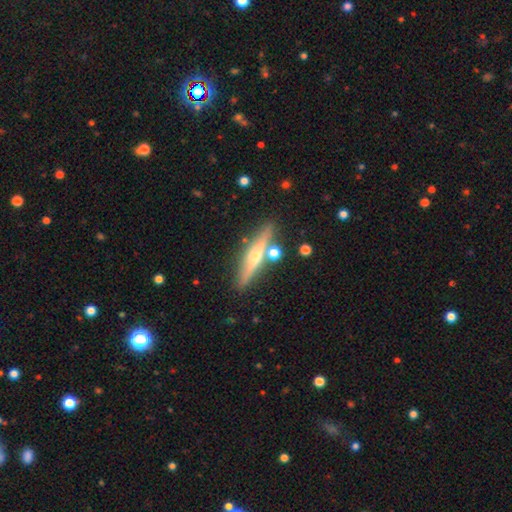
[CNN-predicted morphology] smooth-or-featured: featured or disk: 67% | smooth: 26% | star or artifact: 7%
  disk-edge-on: yes: 95% | no: 5%
    edge-on-bulge: rounded: 88% | none: 9% | boxy: 3%
  merging: none: 83% | minor disturbance: 9% | merger: 6% | major disturbance: 2%